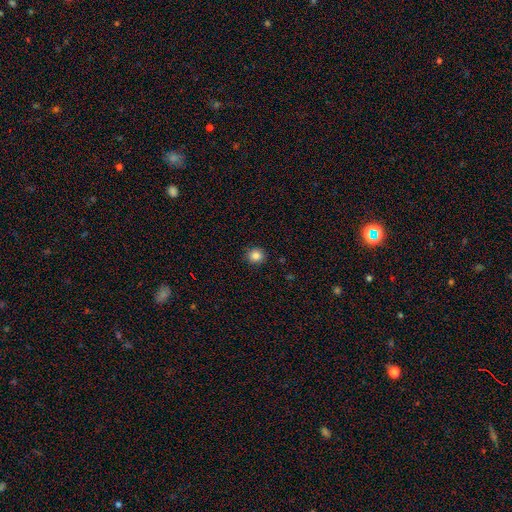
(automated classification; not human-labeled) smooth-or-featured: smooth: 84% | star or artifact: 11% | featured or disk: 5%
  how-rounded: round: 87% | in between: 12% | cigar-shaped: 1%
  merging: none: 91% | minor disturbance: 6% | major disturbance: 2% | merger: 1%